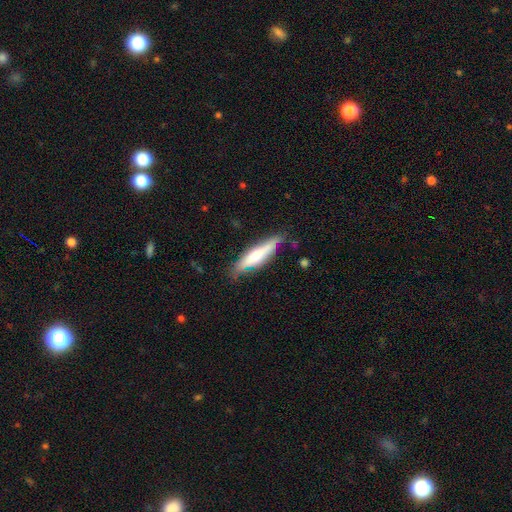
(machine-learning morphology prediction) type=smooth (54%); roundness=cigar-shaped (77%); merging=none (72%).